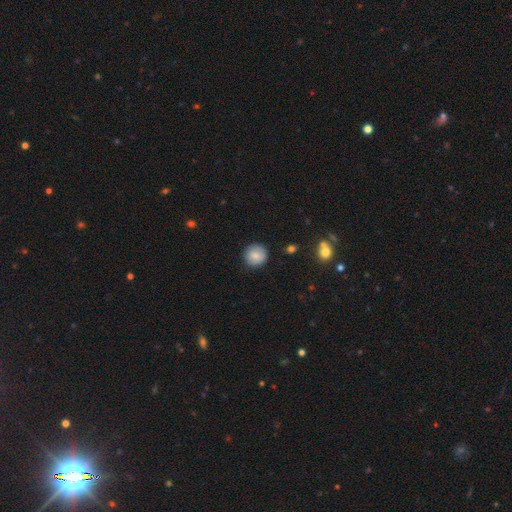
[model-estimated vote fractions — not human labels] smooth 84%, featured or disk 8%, star or artifact 8%. Down the decision tree: how rounded — round (91%); merging — none (87%).